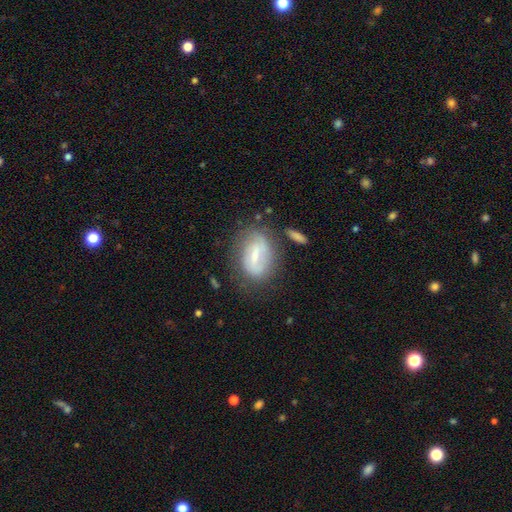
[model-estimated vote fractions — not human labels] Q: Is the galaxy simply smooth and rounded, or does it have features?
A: featured or disk — 58%.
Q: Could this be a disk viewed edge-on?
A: no — 93%.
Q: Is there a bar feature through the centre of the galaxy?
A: weak — 50%.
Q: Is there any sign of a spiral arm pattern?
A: yes — 64%.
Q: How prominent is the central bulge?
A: small — 52%.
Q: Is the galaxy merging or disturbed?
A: none — 61%.